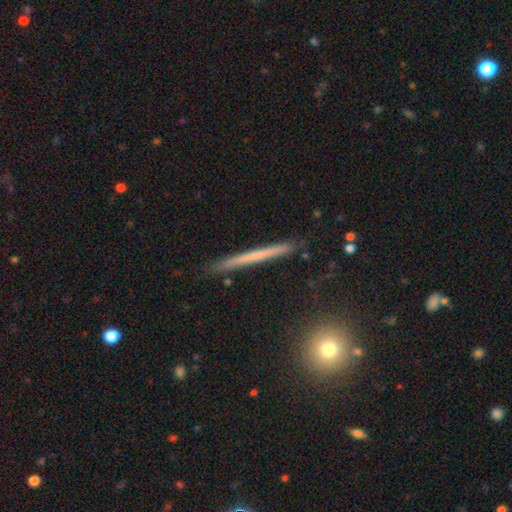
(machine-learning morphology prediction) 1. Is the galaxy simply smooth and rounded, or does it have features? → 49% featured or disk, 45% smooth, 6% star or artifact.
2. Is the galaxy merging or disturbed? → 89% none, 8% minor disturbance, 1% major disturbance, 1% merger.